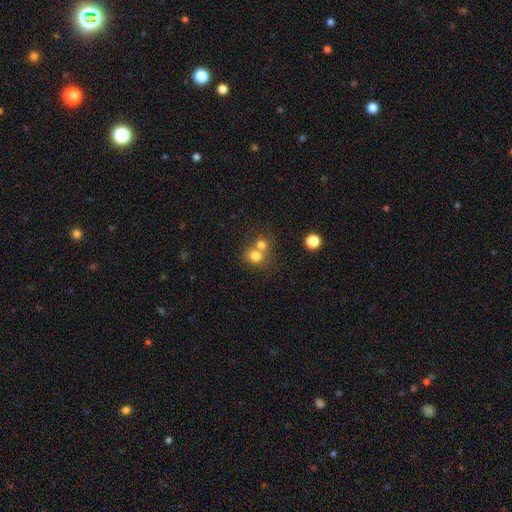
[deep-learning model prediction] The model was most divided on "merging": merger: 52%, none: 39%, minor disturbance: 6%, major disturbance: 3%. More confident: how rounded — round (77%); smooth or featured — smooth (76%).